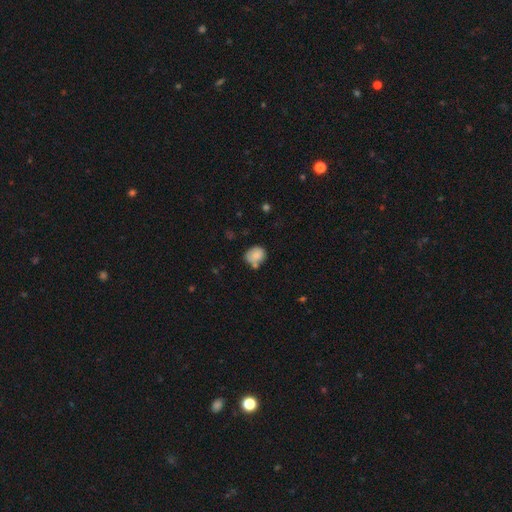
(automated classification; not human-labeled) smooth_or_featured: smooth (p=0.80) [alt: featured or disk p=0.12]
how_rounded: round (p=0.64) [alt: in between p=0.35]
merging: none (p=0.54) [alt: minor disturbance p=0.23]